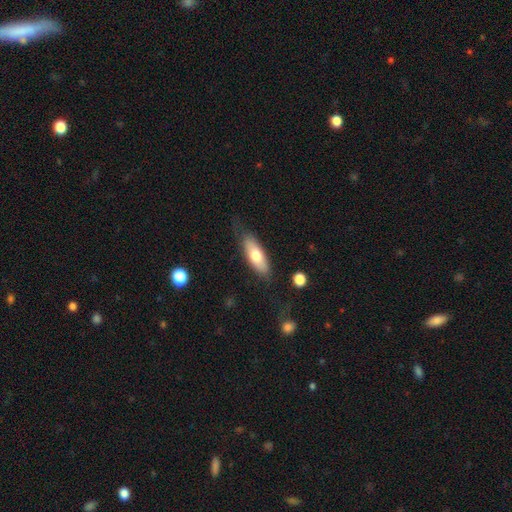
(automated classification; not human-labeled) Smooth or featured: smooth — 70% (featured or disk — 24%)
How rounded: in between — 67% (cigar-shaped — 31%)
Merging: none — 72% (minor disturbance — 19%)